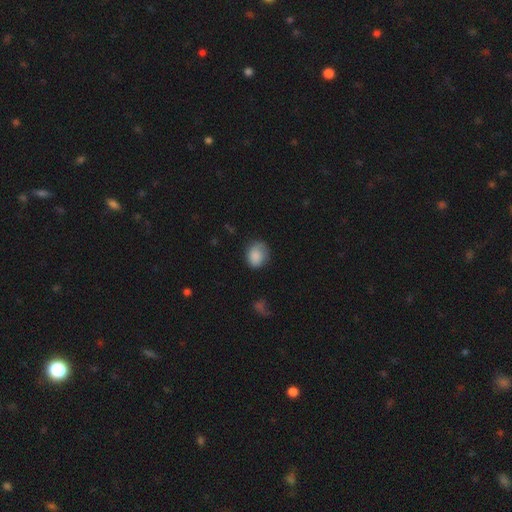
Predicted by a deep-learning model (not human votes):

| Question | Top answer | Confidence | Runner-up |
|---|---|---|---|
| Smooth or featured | smooth | 84% | featured or disk (9%) |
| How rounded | round | 54% | in between (45%) |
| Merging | none | 64% | minor disturbance (26%) |